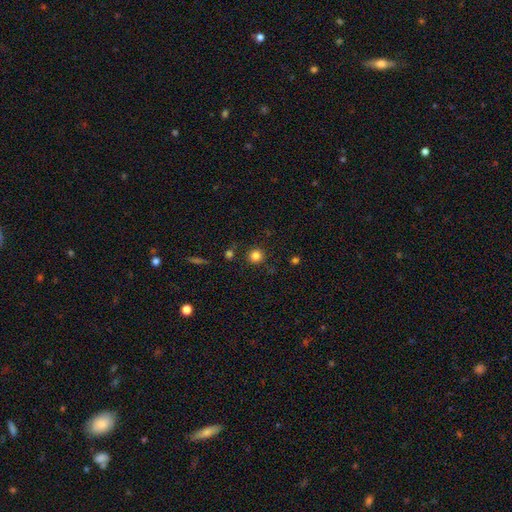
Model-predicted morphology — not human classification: A smooth galaxy with no disk features (83%) that is round (93%).

Vote fractions:
- Smooth or featured? smooth: 83% / star or artifact: 12% / featured or disk: 5%
- How rounded? round: 93% / in between: 6% / cigar-shaped: 1%
- Merging? none: 86% / minor disturbance: 7% / merger: 4% / major disturbance: 3%